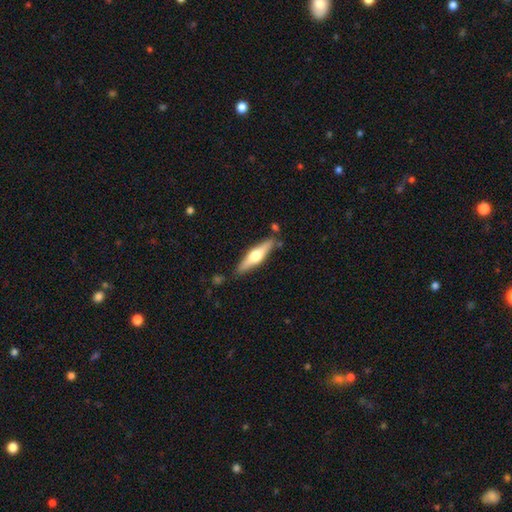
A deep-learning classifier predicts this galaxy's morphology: type=featured or disk (56%); edge-on=yes (95%); edge-on bulge=rounded (93%); merging=none (83%).